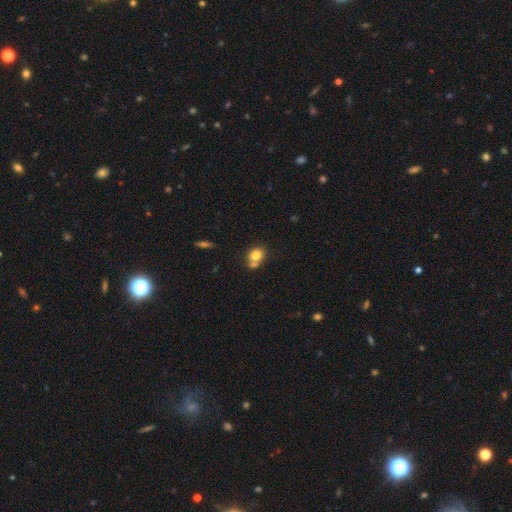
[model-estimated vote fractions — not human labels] Smooth or featured? smooth (78%)
How rounded? round (60%)
Merging? none (45%)